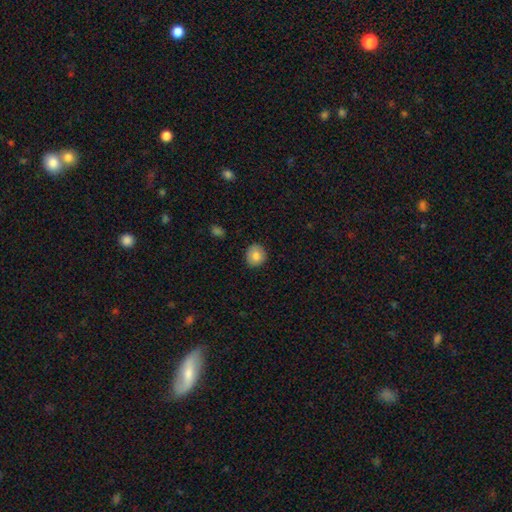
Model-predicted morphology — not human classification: A smooth galaxy with no disk features (82%) that is round (85%). Merging: none (88%).